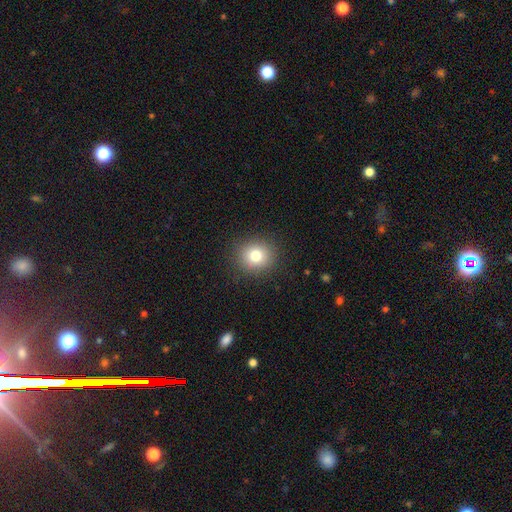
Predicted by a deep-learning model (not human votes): Morphology: type=smooth (78%); roundness=round (86%); merging=none (89%).